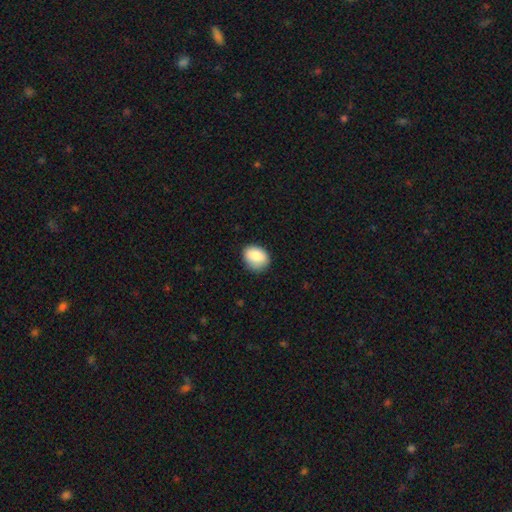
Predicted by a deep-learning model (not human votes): Smooth or featured: smooth — 84% (featured or disk — 8%)
How rounded: in between — 52% (round — 47%)
Merging: none — 80% (minor disturbance — 16%)